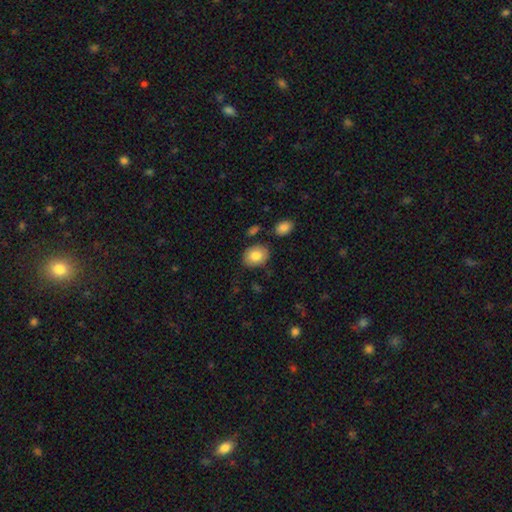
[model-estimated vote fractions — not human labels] This is clearly a smooth galaxy (81%). How rounded: possibly in between (58%). Merging: likely none (79%).